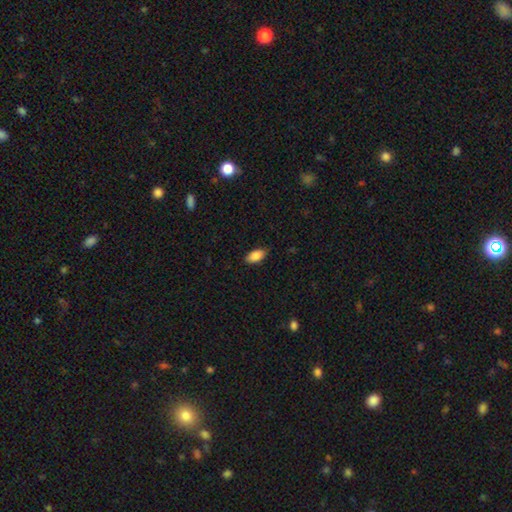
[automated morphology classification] This is clearly a smooth galaxy (87%). How rounded: clearly in between (93%). Merging: clearly none (84%).